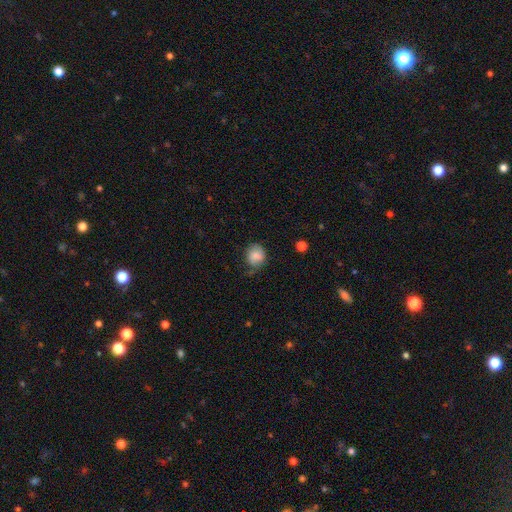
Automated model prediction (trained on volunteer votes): Morphology: type=smooth (81%); roundness=round (69%); merging=none (62%).